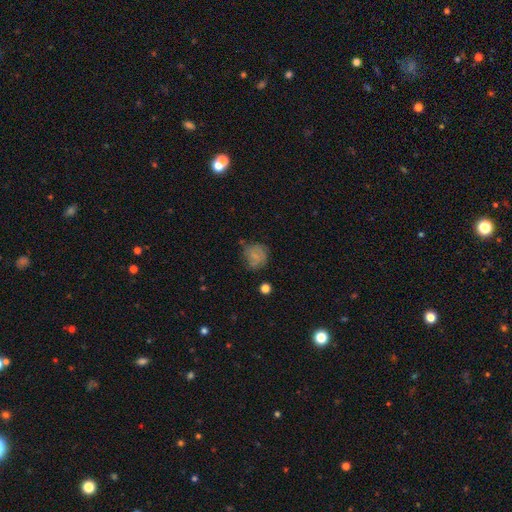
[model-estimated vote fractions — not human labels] Morphology: type=smooth (57%); roundness=round (79%); merging=none (60%).